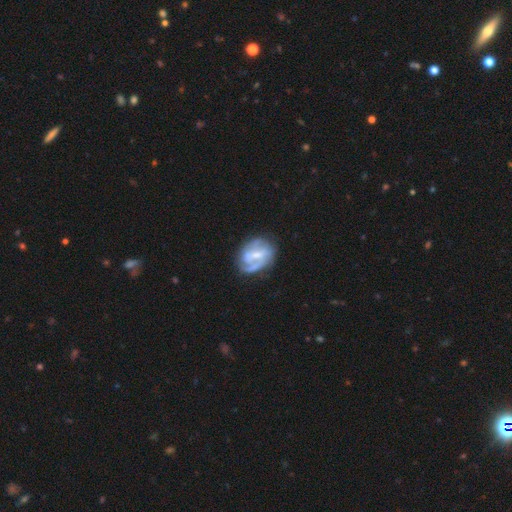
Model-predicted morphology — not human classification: A featured or disk galaxy (75%) with a weak bar (48%), 2 (44%) medium (40%) spiral arms (82%) and a small central bulge (45%). Merging: none (58%).